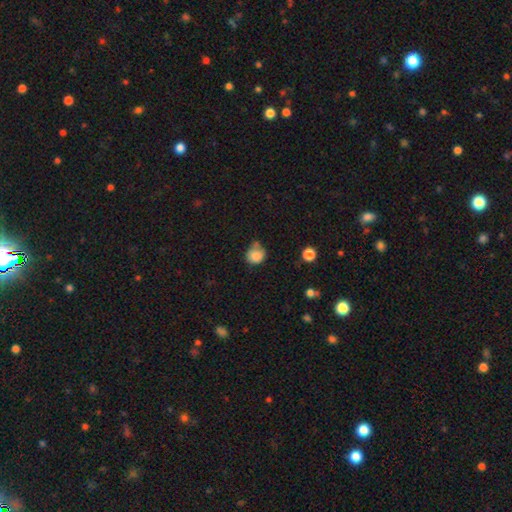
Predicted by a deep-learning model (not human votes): Smooth or featured? Predicted: smooth (p=0.83). How rounded? Predicted: round (p=0.75). Merging? Predicted: none (p=0.51).